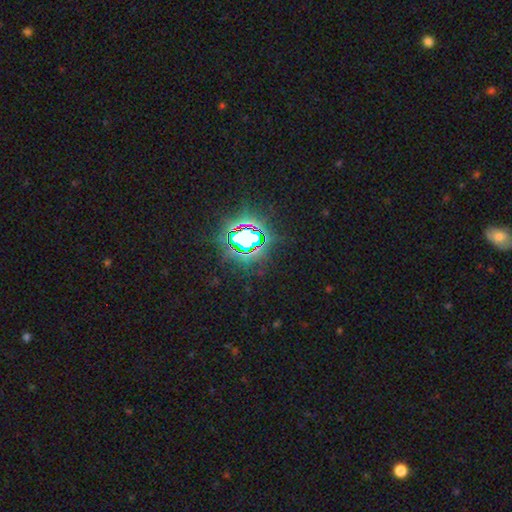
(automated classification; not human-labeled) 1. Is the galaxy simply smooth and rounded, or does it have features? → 83% star or artifact, 11% smooth, 6% featured or disk.